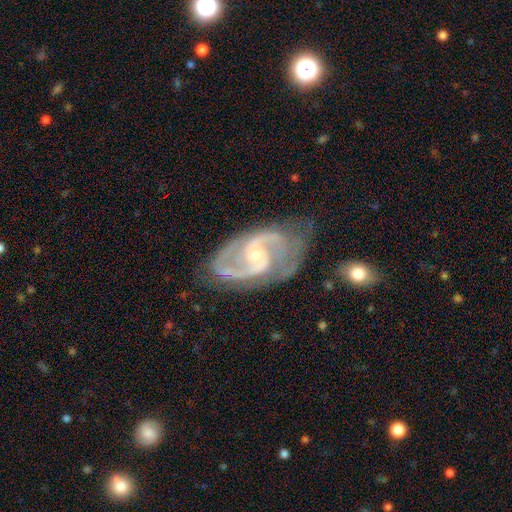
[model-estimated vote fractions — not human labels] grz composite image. It shows a featured or disk galaxy (92%) with no bar (46%), 2 (86%) medium (60%) spiral arms (98%) and a small central bulge (66%). Merging: none (66%).